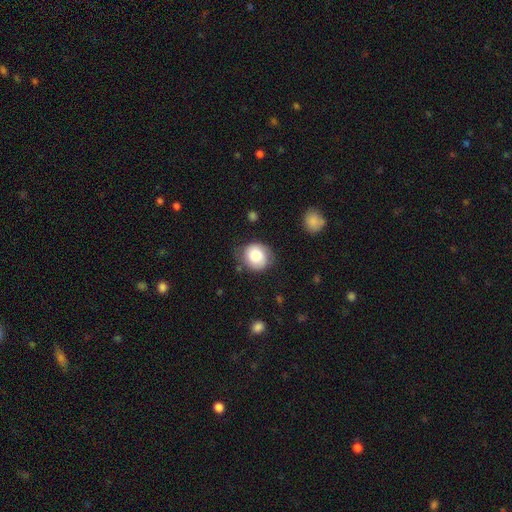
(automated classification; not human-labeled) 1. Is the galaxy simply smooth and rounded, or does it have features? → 74% smooth, 18% featured or disk, 8% star or artifact.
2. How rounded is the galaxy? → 78% round, 21% in between, 1% cigar-shaped.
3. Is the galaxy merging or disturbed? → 70% none, 22% minor disturbance, 6% major disturbance, 2% merger.